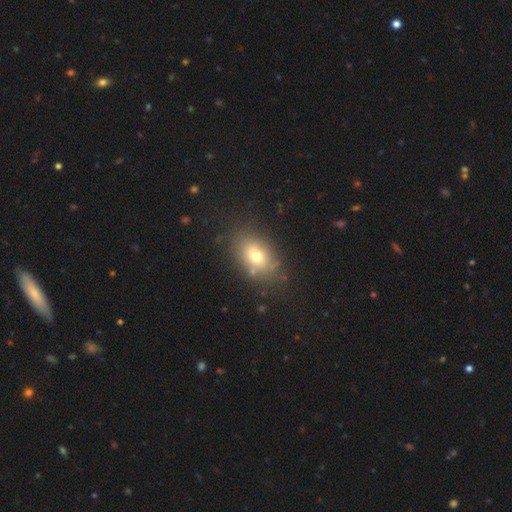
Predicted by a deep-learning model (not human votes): smooth 70%, featured or disk 17%, star or artifact 13%. Down the decision tree: how rounded — in between (75%); merging — none (78%).